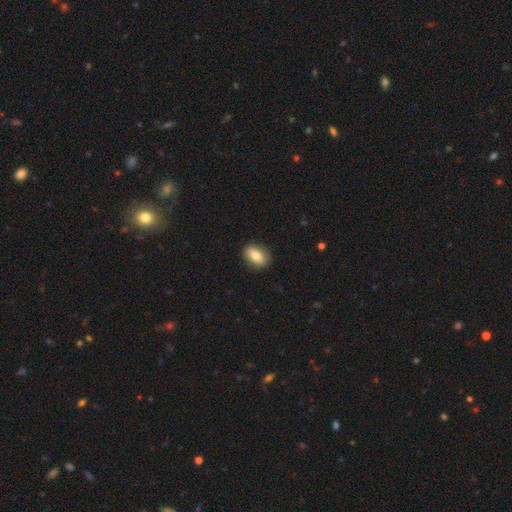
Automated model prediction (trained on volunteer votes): The model was most divided on "smooth or featured": smooth: 79%, featured or disk: 13%, star or artifact: 7%. More confident: merging — none (87%); how rounded — in between (82%).